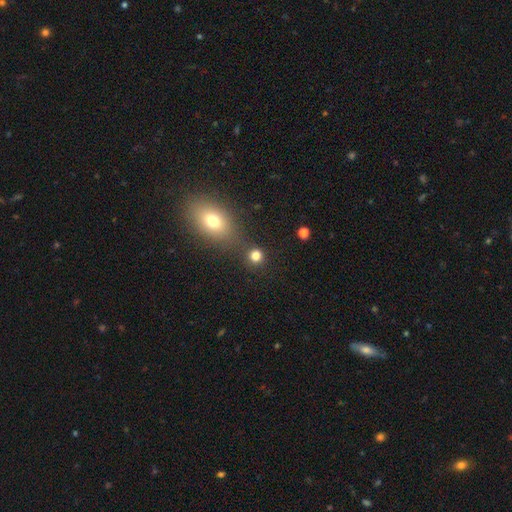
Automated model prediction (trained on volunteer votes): Overall: smooth (81%). How rounded: round (89%). Merging: none (78%).